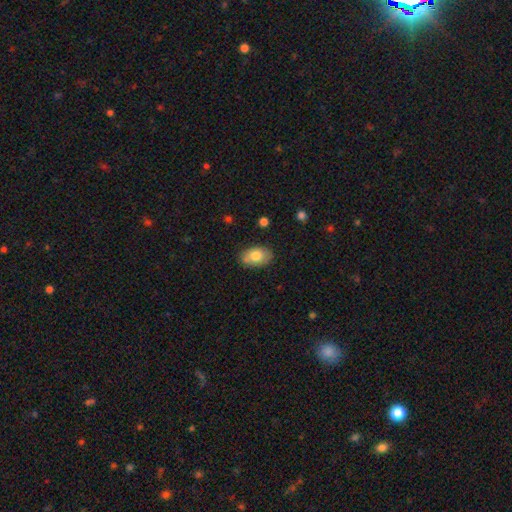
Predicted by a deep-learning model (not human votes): Smooth or featured? smooth (77%)
How rounded? in between (90%)
Merging? none (82%)